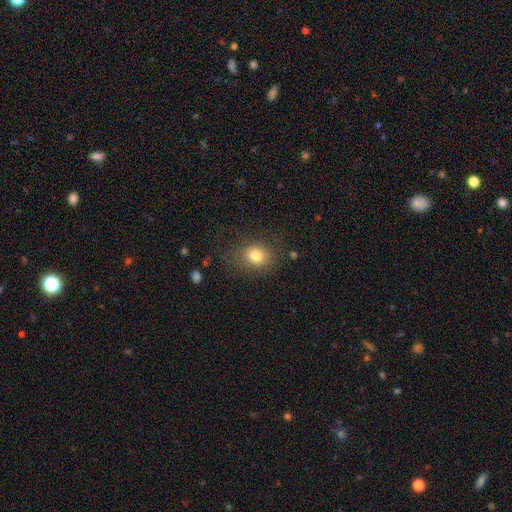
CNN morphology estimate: This appears to be a smooth galaxy with no disk features (80%) that is round (53%). Merging: none (75%).